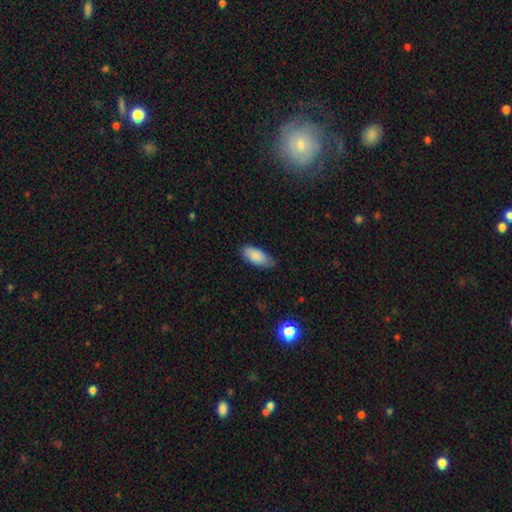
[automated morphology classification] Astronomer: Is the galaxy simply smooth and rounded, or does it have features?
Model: smooth — 87%.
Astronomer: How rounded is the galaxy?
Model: in between — 84%.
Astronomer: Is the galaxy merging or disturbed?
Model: none — 74%.